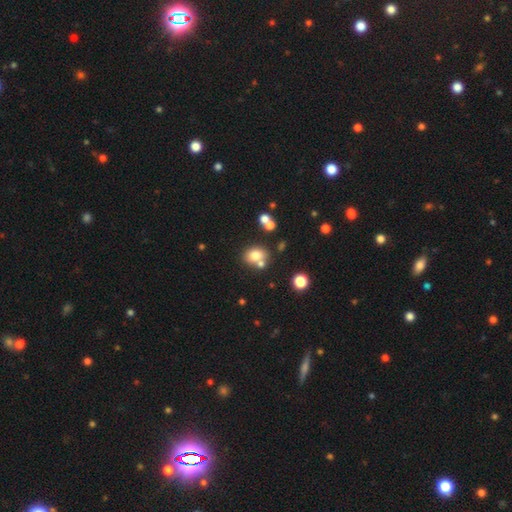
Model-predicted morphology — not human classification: smooth-or-featured: smooth: 75% | star or artifact: 13% | featured or disk: 13%
  how-rounded: round: 51% | in between: 48% | cigar-shaped: 1%
  merging: none: 58% | merger: 26% | minor disturbance: 12% | major disturbance: 4%